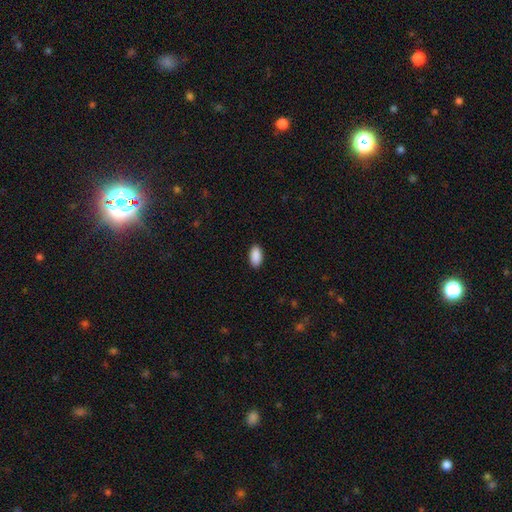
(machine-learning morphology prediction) smooth_or_featured: smooth (p=0.91) [alt: star or artifact p=0.07]
how_rounded: in between (p=0.94) [alt: cigar-shaped p=0.04]
merging: none (p=0.89) [alt: minor disturbance p=0.08]